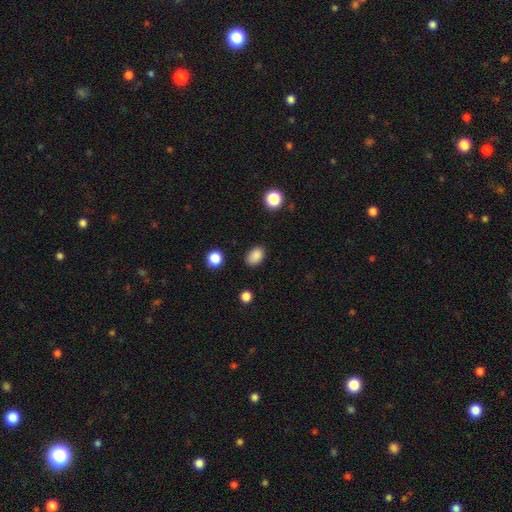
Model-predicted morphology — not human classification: Smooth or featured?
  - smooth: 87% *
  - star or artifact: 10%
  - featured or disk: 3%
How rounded?
  - in between: 82% *
  - round: 17%
  - cigar-shaped: 1%
Merging?
  - none: 84% *
  - minor disturbance: 12%
  - major disturbance: 3%
  - merger: 2%